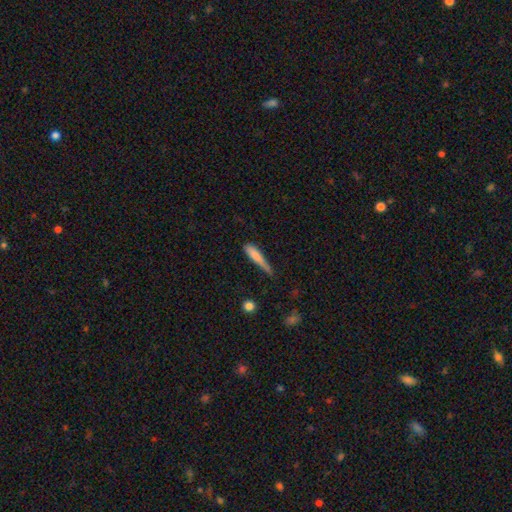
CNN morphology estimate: Smooth or featured: smooth — 77% (featured or disk — 16%)
How rounded: cigar-shaped — 85% (in between — 13%)
Merging: none — 43% (minor disturbance — 40%)